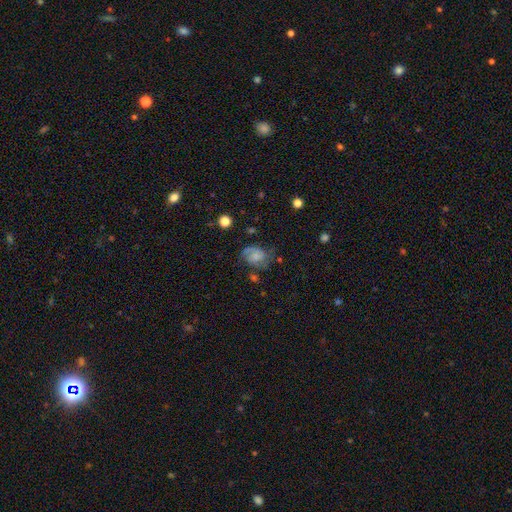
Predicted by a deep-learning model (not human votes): Overall: featured or disk (54%; smooth 36%). Edge-on disk: no (97%). Bar: no (62%; weak 32%). Spiral arms: yes (86%). Bulge size: small (40%; none 28%). Merging: none (55%; minor disturbance 25%).